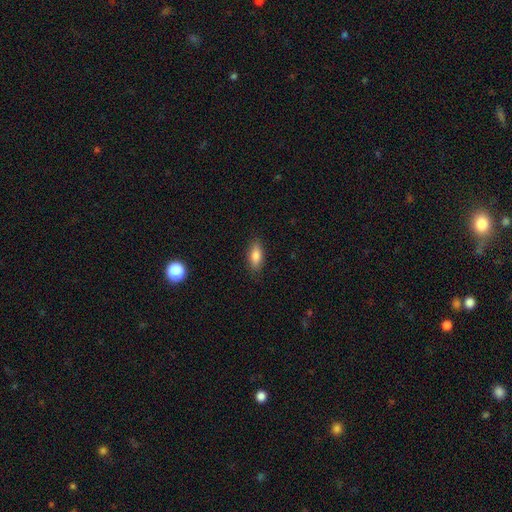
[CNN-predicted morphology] Smooth or featured? smooth (83%)
How rounded? in between (81%)
Merging? none (86%)